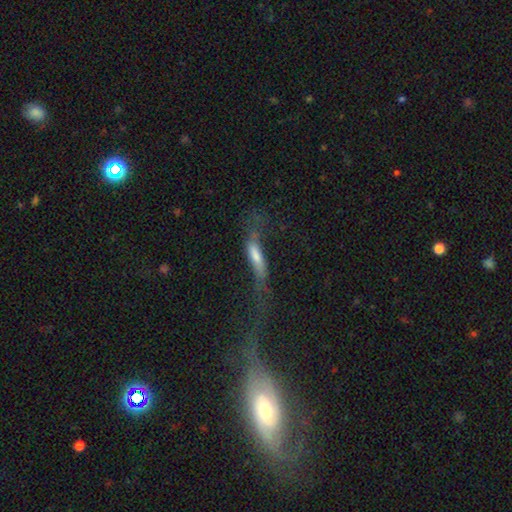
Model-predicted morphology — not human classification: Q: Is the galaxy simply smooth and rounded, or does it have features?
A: smooth — 54%.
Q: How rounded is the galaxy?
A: cigar-shaped — 69%.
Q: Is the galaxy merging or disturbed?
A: major disturbance — 46%.